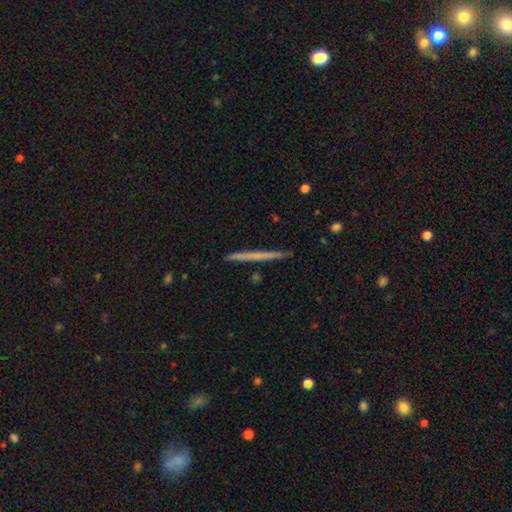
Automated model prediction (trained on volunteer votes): Smooth or featured: smooth — 50% (featured or disk — 44%)
How rounded: cigar-shaped — 97% (round — 2%)
Merging: none — 92% (minor disturbance — 6%)